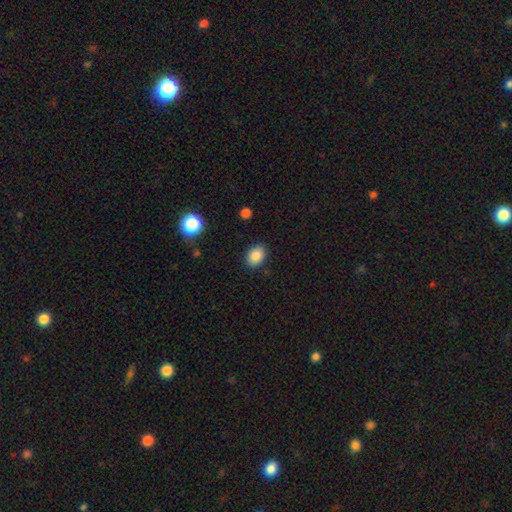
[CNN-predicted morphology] smooth-or-featured: smooth: 87% | star or artifact: 9% | featured or disk: 5%
  how-rounded: in between: 71% | round: 28% | cigar-shaped: 1%
  merging: none: 86% | minor disturbance: 10% | major disturbance: 3% | merger: 1%